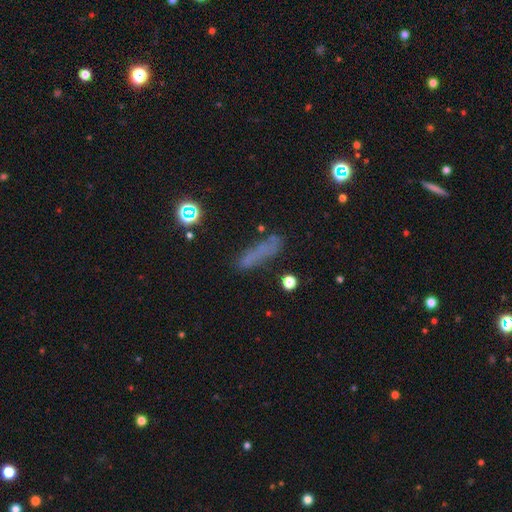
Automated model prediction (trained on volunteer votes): Overall: smooth (60%; featured or disk 20%). How rounded: cigar-shaped (73%). Merging: none (63%).